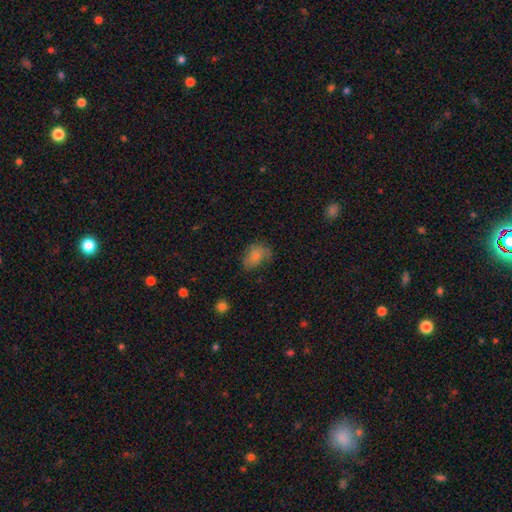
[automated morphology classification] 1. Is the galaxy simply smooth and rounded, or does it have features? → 77% smooth, 13% featured or disk, 10% star or artifact.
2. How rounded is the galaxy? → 79% in between, 19% round, 1% cigar-shaped.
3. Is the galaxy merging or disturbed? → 56% none, 30% minor disturbance, 11% major disturbance, 3% merger.